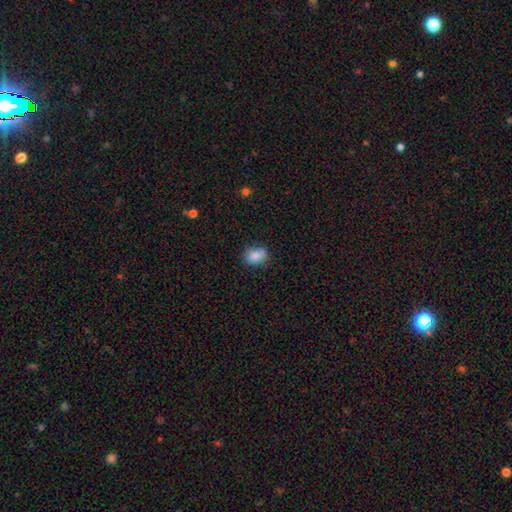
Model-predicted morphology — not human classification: Smooth or featured? smooth (84%)
How rounded? in between (66%)
Merging? none (75%)